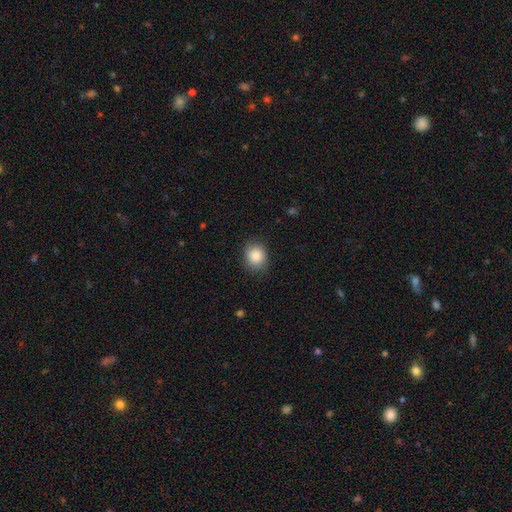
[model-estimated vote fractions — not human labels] This appears to be a smooth galaxy with no disk features (86%) that is round (66%). Merging: none (82%).